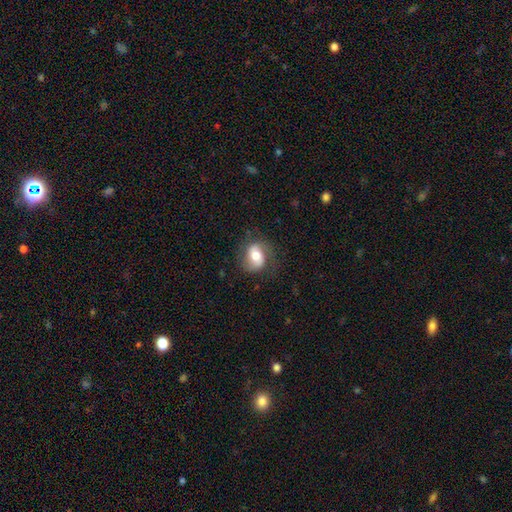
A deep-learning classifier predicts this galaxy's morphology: The model was most divided on "smooth or featured": smooth: 50%, featured or disk: 42%, star or artifact: 8%. More confident: merging — none (70%).